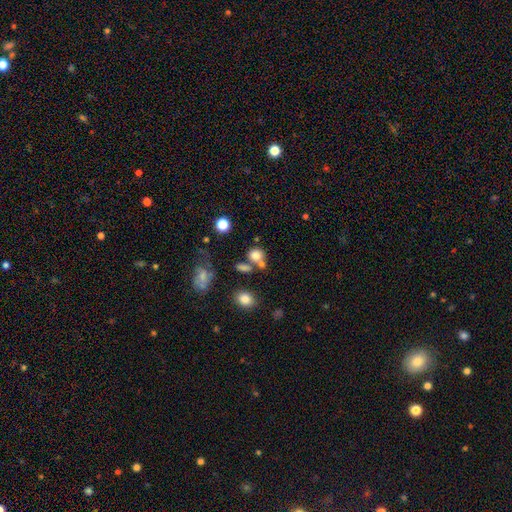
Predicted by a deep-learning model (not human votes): This is likely a smooth galaxy (77%). How rounded: likely round (71%). Merging: possibly none (47%).